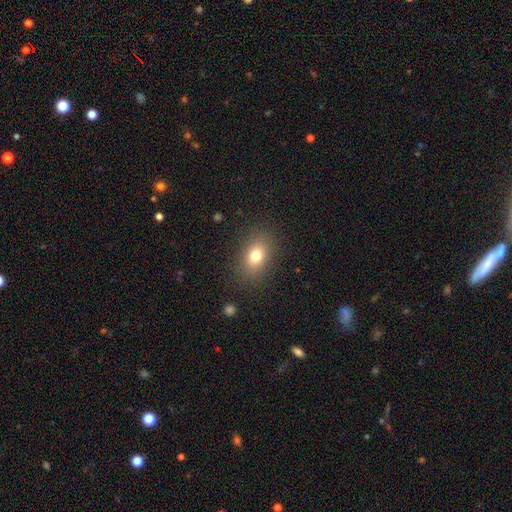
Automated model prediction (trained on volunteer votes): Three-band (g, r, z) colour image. It shows a smooth galaxy with no disk features (77%) that is in between round and cigar-shaped (76%). Merging: none (86%).